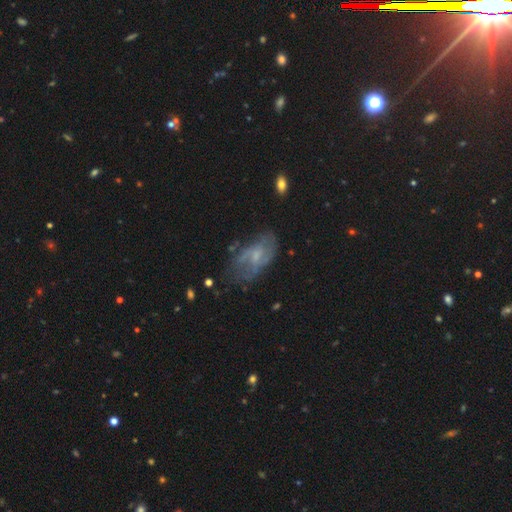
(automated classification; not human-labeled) Smooth or featured?
  - featured or disk: 61% *
  - smooth: 29%
  - star or artifact: 9%
Edge-on disk?
  - no: 95% *
  - yes: 5%
Bar?
  - no: 47% *
  - weak: 45%
  - strong: 8%
Spiral arms?
  - yes: 64% *
  - no: 36%
Bulge size?
  - small: 49% *
  - moderate: 25%
  - none: 24%
  - large: 2%
  - dominant: 1%
Merging?
  - none: 48% *
  - minor disturbance: 27%
  - major disturbance: 21%
  - merger: 4%